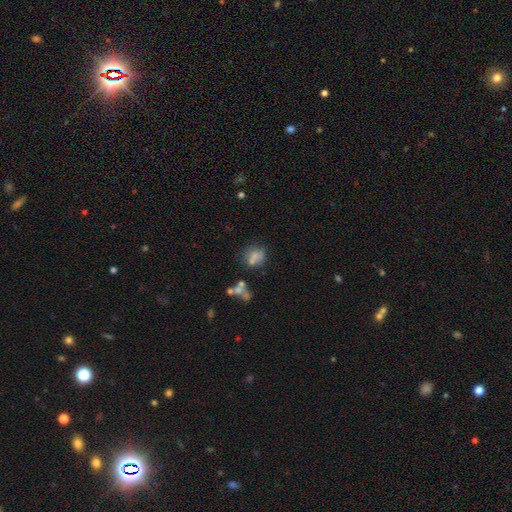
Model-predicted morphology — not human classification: smooth 56%, featured or disk 29%, star or artifact 14%. Down the decision tree: how rounded — round (65%); merging — none (44%).